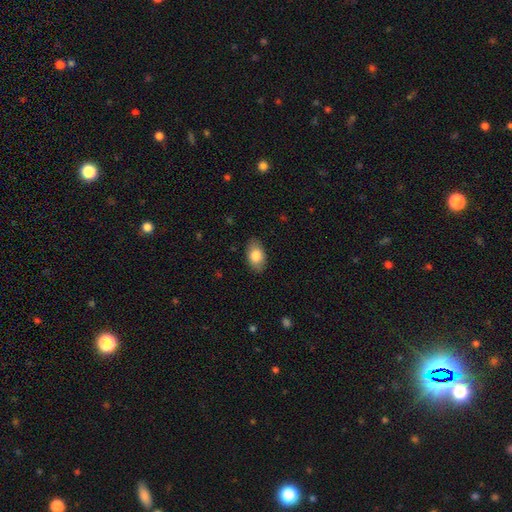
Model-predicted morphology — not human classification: smooth-or-featured: smooth: 83% | featured or disk: 11% | star or artifact: 7%
  how-rounded: in between: 91% | round: 8% | cigar-shaped: 2%
  merging: none: 85% | minor disturbance: 11% | major disturbance: 3% | merger: 1%